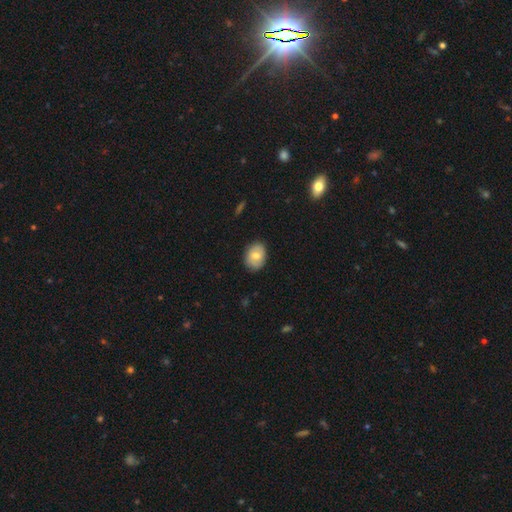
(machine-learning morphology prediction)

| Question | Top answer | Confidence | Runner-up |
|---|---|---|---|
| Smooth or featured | smooth | 68% | featured or disk (25%) |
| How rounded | in between | 69% | round (30%) |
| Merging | none | 82% | minor disturbance (15%) |